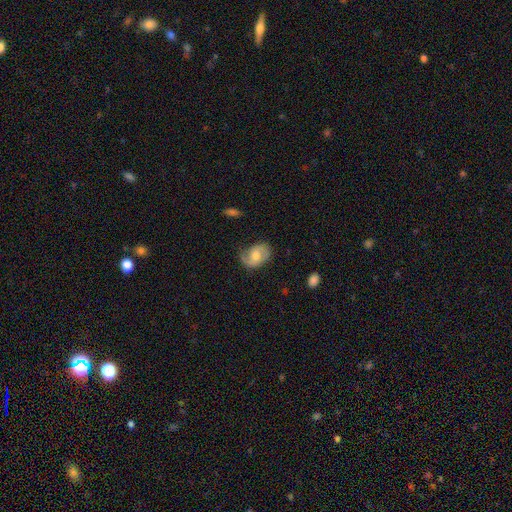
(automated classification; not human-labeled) Q: Smooth or featured?
A: featured or disk (64%); runner-up: smooth (29%)
Q: Edge-on disk?
A: no (97%); runner-up: yes (3%)
Q: Bar?
A: no (52%); runner-up: weak (41%)
Q: Spiral arms?
A: yes (91%); runner-up: no (9%)
Q: Spiral winding?
A: medium (46%); runner-up: loose (29%)
Q: Spiral arm count?
A: 2 (78%); runner-up: 1 (11%)
Q: Bulge size?
A: moderate (62%); runner-up: small (25%)
Q: Merging?
A: none (67%); runner-up: minor disturbance (23%)